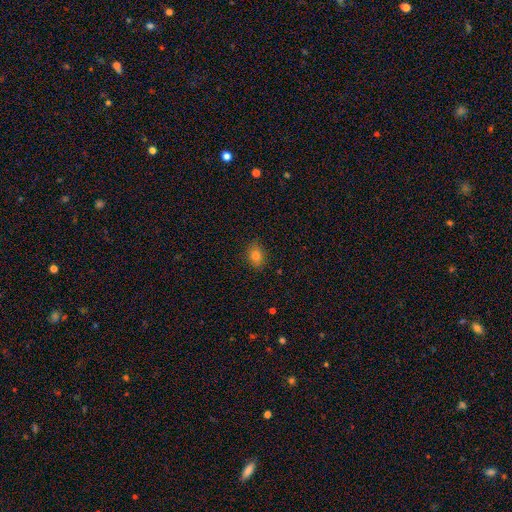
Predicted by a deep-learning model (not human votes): The model was most divided on "how rounded": in between: 71%, round: 28%, cigar-shaped: 2%. More confident: merging — none (85%); smooth or featured — smooth (79%).